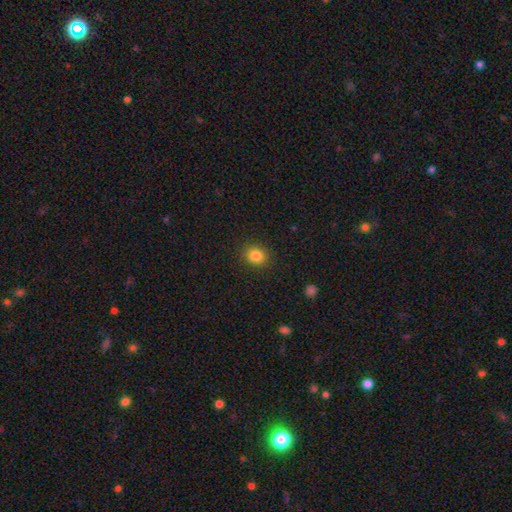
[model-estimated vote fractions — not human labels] A smooth galaxy with no disk features (85%) that is round (73%). Merging: none (90%).